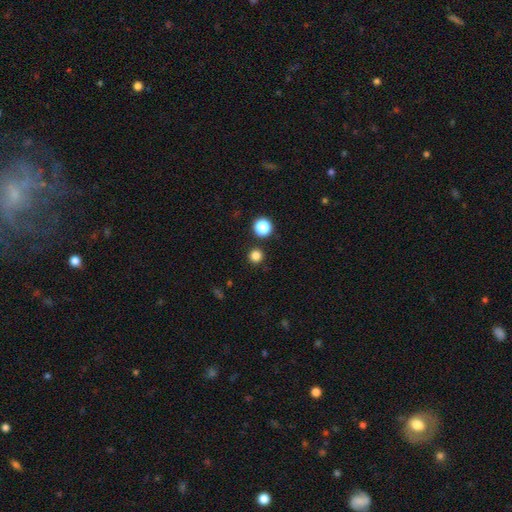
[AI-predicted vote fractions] smooth_or_featured: smooth (p=0.82) [alt: star or artifact p=0.14]
how_rounded: round (p=0.96) [alt: in between p=0.04]
merging: none (p=0.90) [alt: minor disturbance p=0.05]